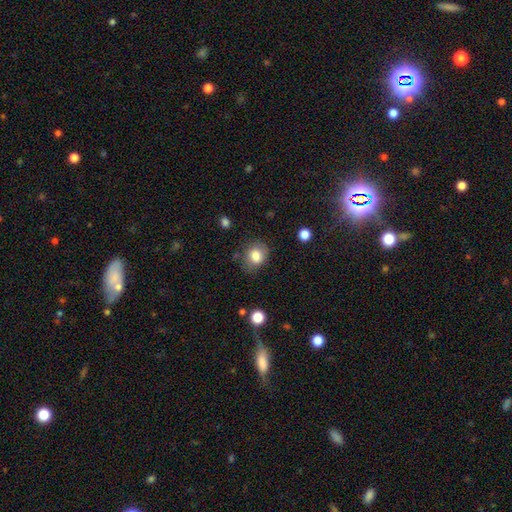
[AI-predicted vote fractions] This appears to be a smooth galaxy with no disk features (82%) that is round (62%). Merging: none (74%).